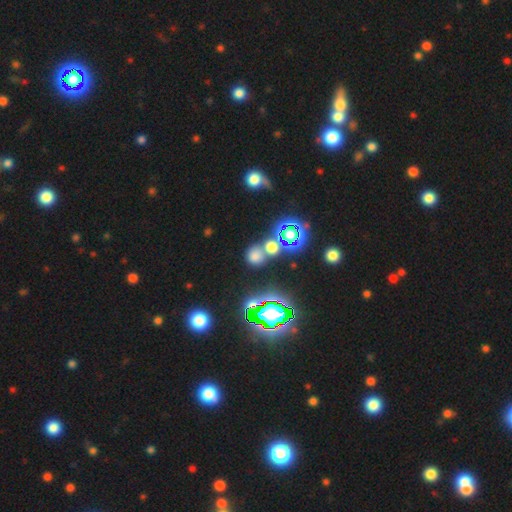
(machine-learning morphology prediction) Smooth or featured? Predicted: smooth (p=0.56). How rounded? Predicted: round (p=0.90). Merging? Predicted: none (p=0.65).